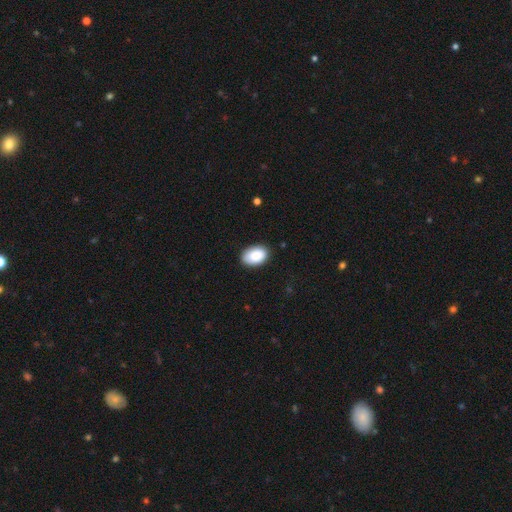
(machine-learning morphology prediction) A smooth galaxy with no disk features (89%) that is in between round and cigar-shaped (90%).

Vote fractions:
- Smooth or featured? smooth: 89% / star or artifact: 7% / featured or disk: 5%
- How rounded? in between: 90% / round: 9% / cigar-shaped: 1%
- Merging? none: 86% / minor disturbance: 11% / major disturbance: 2% / merger: 1%